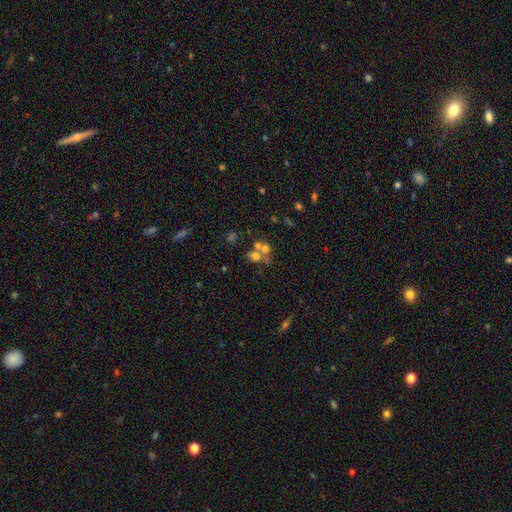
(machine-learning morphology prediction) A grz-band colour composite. It shows a star or artifact, not a galaxy (48%).